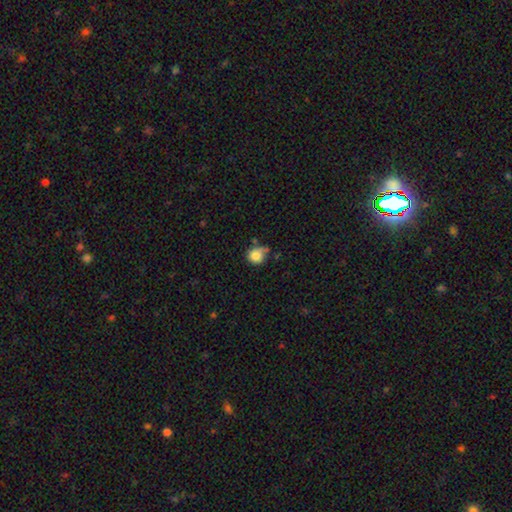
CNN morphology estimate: smooth_or_featured: smooth (p=0.82) [alt: star or artifact p=0.09]
how_rounded: round (p=0.85) [alt: in between p=0.14]
merging: none (p=0.54) [alt: minor disturbance p=0.28]